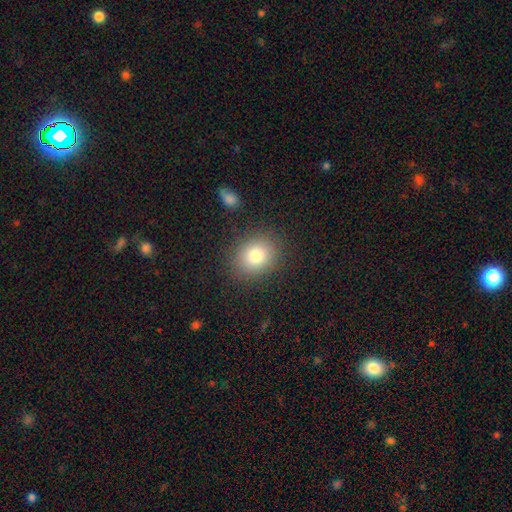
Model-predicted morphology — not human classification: Overall: smooth (80%). How rounded: round (62%; in between 38%). Merging: none (85%).